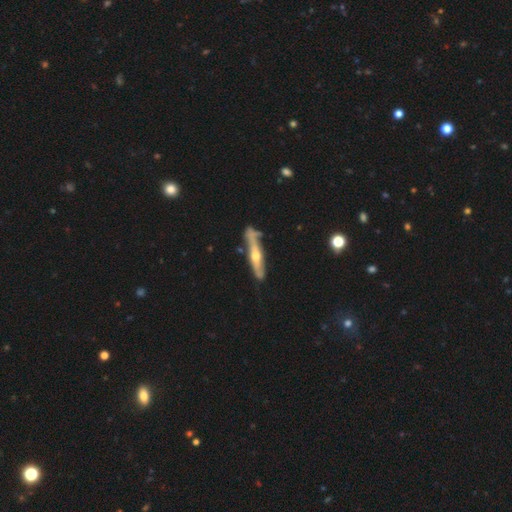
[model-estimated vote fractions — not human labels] Smooth or featured: featured or disk — 72% (smooth — 23%)
Edge-on disk: yes — 84% (no — 16%)
Edge-on bulge: rounded — 88% (none — 8%)
Merging: none — 70% (minor disturbance — 20%)